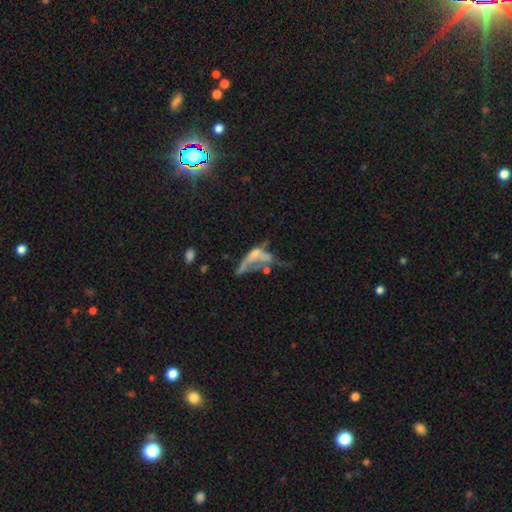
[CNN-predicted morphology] This is possibly a featured or disk galaxy (52%). It is clearly not viewed edge-on (87%). Merging: marginally major disturbance (41%).